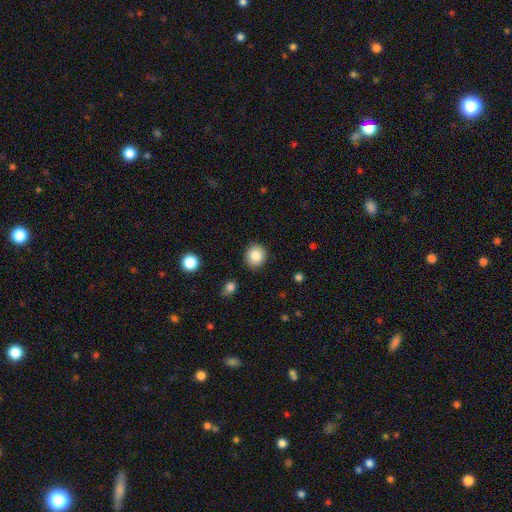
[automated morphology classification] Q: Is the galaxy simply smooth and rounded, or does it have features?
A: smooth — 85%.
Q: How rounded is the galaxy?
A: round — 81%.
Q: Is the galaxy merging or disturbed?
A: none — 89%.